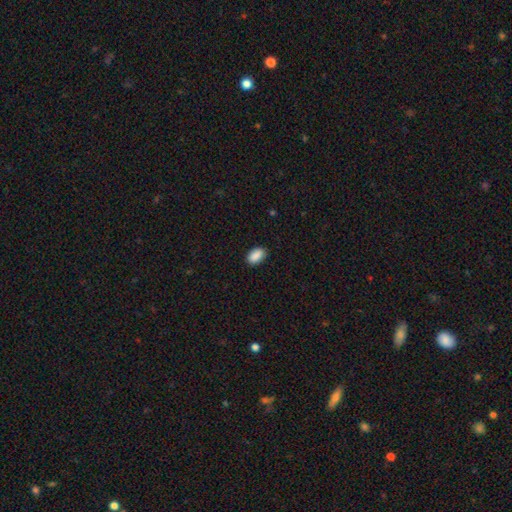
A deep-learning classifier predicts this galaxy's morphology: Smooth or featured: smooth — 90% (star or artifact — 7%)
How rounded: in between — 93% (round — 6%)
Merging: none — 87% (minor disturbance — 10%)